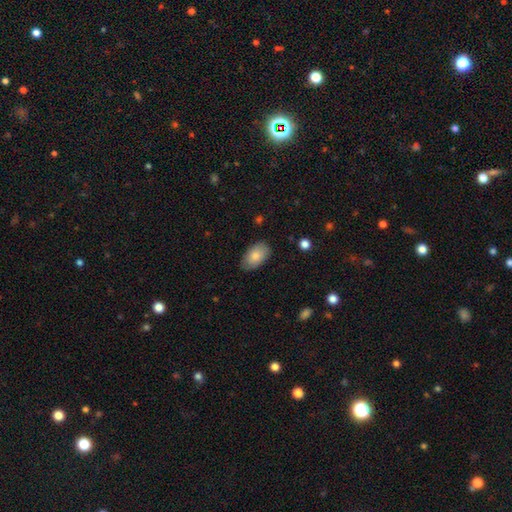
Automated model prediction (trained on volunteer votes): smooth-or-featured: smooth: 81% | featured or disk: 13% | star or artifact: 6%
  how-rounded: in between: 93% | round: 5% | cigar-shaped: 1%
  merging: none: 81% | minor disturbance: 15% | major disturbance: 3% | merger: 1%